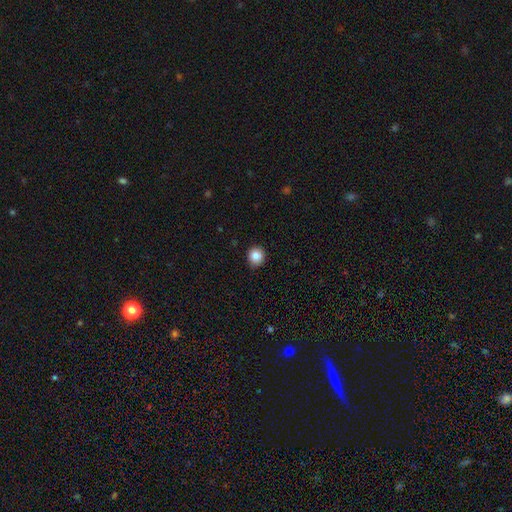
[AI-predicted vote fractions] Overall: smooth (85%). How rounded: round (90%). Merging: none (90%).